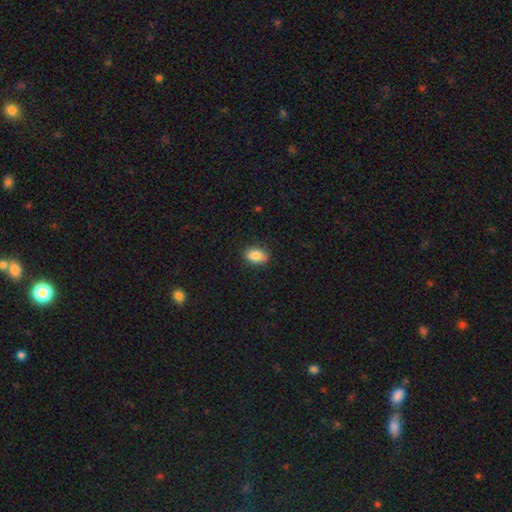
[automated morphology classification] A smooth galaxy with no disk features (87%) that is in between round and cigar-shaped (86%).

Vote fractions:
- Smooth or featured? smooth: 87% / star or artifact: 8% / featured or disk: 6%
- How rounded? in between: 86% / round: 12% / cigar-shaped: 2%
- Merging? none: 86% / minor disturbance: 11% / major disturbance: 2% / merger: 1%